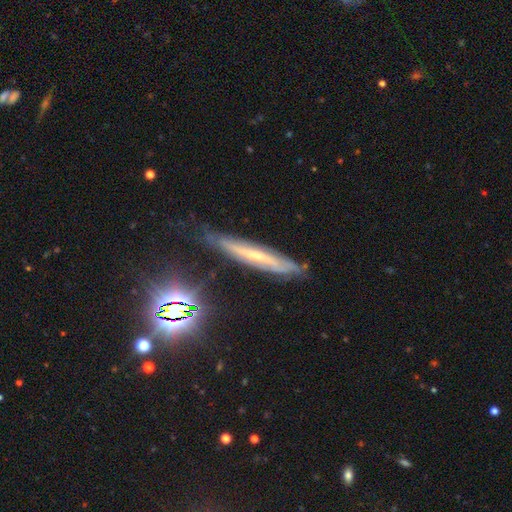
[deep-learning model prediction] Morphology: type=featured or disk (63%); edge-on=yes (74%); merging=none (68%).